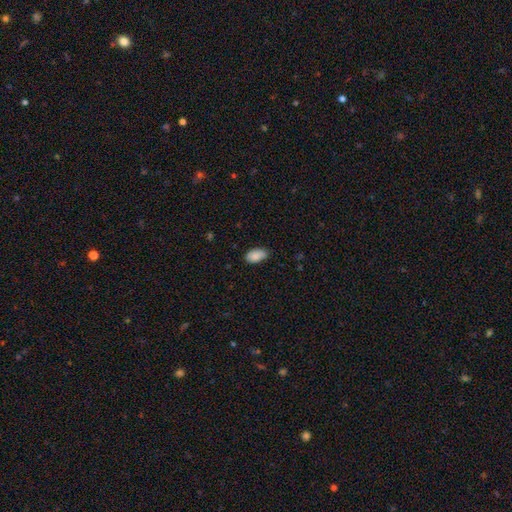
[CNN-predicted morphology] A smooth galaxy with no disk features (88%) that is in between round and cigar-shaped (94%).

Vote fractions:
- Smooth or featured? smooth: 88% / star or artifact: 7% / featured or disk: 5%
- How rounded? in between: 94% / round: 4% / cigar-shaped: 2%
- Merging? none: 76% / minor disturbance: 20% / major disturbance: 3% / merger: 1%